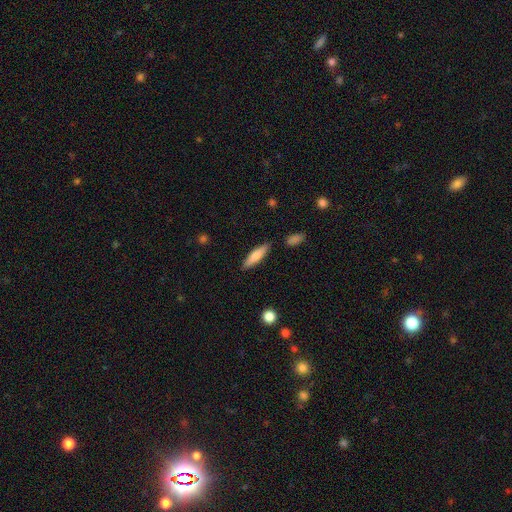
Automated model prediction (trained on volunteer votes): Morphology: type=smooth (71%); roundness=cigar-shaped (74%); merging=none (85%).